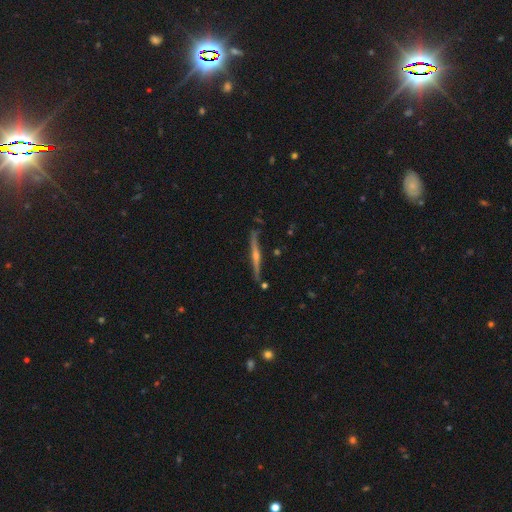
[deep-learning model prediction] Morphology: type=featured or disk (83%); edge-on=yes (98%); edge-on bulge=rounded (88%); merging=none (86%).